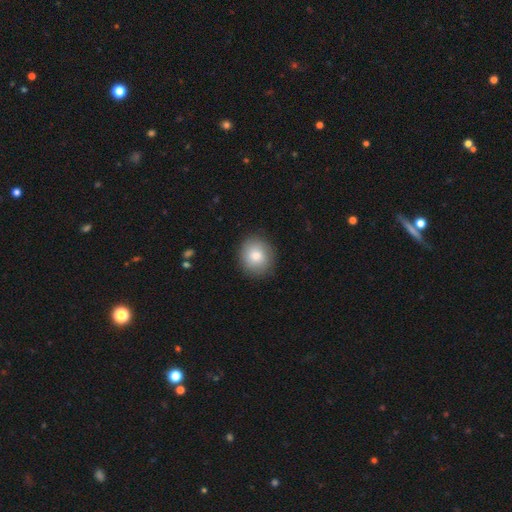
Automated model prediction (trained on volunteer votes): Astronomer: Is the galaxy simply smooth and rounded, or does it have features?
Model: smooth — 82%.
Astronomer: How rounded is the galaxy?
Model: round — 78%.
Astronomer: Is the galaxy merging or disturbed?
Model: none — 88%.